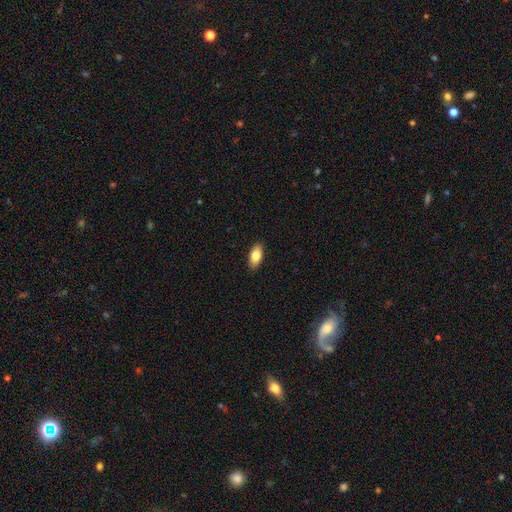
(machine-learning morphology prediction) A smooth galaxy with no disk features (80%) that is in between round and cigar-shaped (90%). Merging: none (90%).